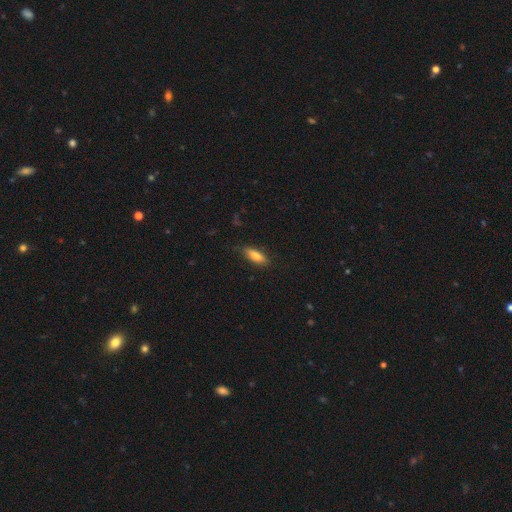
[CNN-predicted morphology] Overall: smooth (79%). How rounded: in between (65%; cigar-shaped 32%). Merging: none (80%).